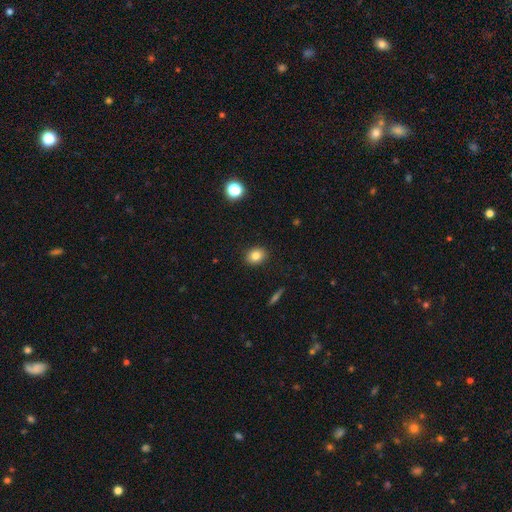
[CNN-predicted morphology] Q: Smooth or featured?
A: smooth (82%); runner-up: star or artifact (10%)
Q: How rounded?
A: round (50%); runner-up: in between (48%)
Q: Merging?
A: none (90%); runner-up: minor disturbance (7%)